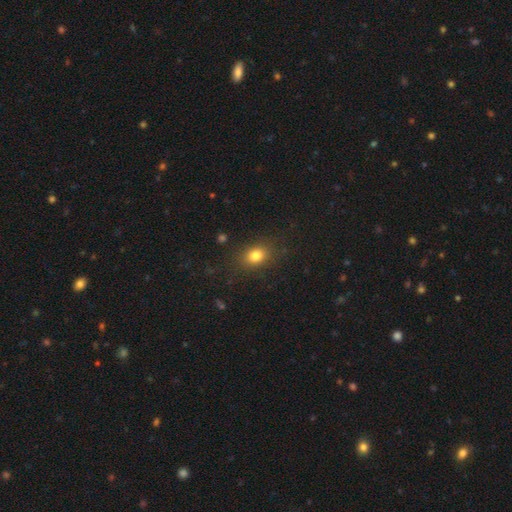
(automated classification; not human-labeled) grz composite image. It shows a smooth galaxy with no disk features (80%) that is in between round and cigar-shaped (60%). Merging: none (83%).